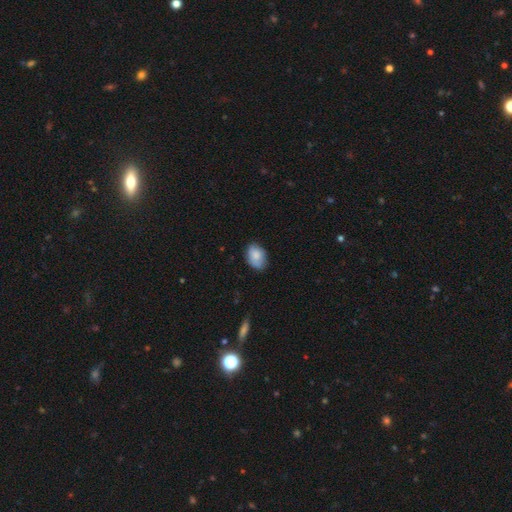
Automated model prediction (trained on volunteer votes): smooth 84%, featured or disk 9%, star or artifact 7%. Down the decision tree: how rounded — in between (85%); merging — none (76%).